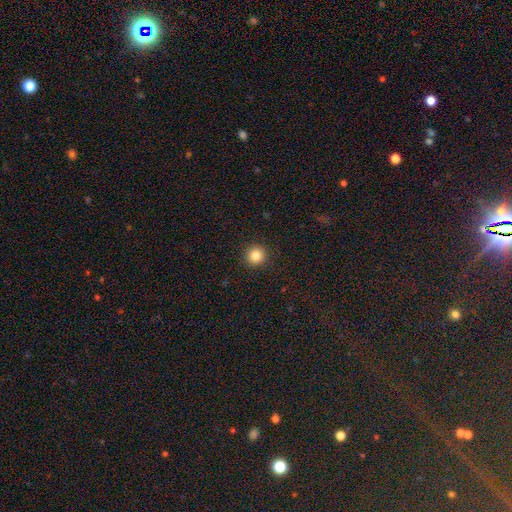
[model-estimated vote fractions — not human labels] Overall: smooth (85%). How rounded: round (95%). Merging: none (93%).